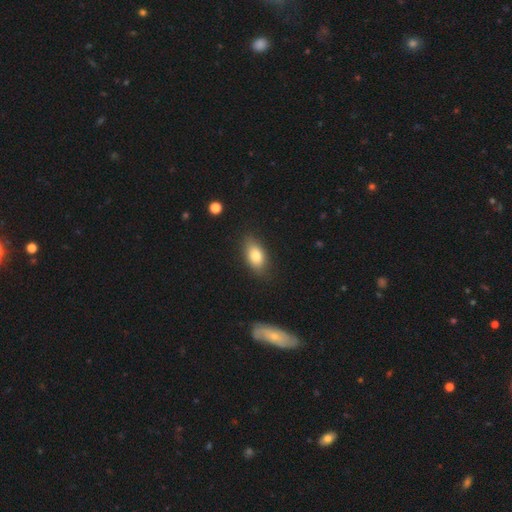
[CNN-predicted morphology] The model was most divided on "smooth or featured": smooth: 79%, featured or disk: 13%, star or artifact: 8%. More confident: how rounded — in between (87%); merging — none (82%).